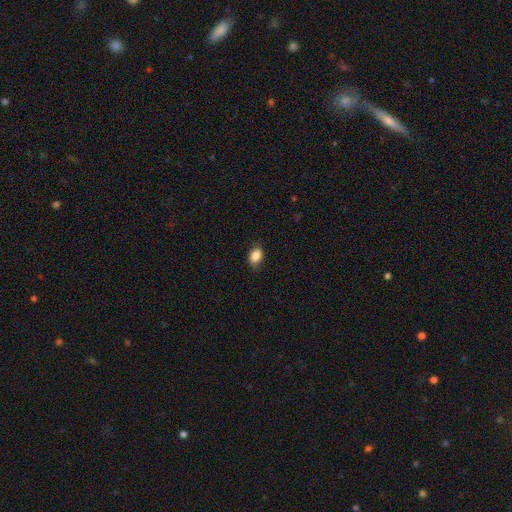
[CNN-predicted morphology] Q: Smooth or featured?
A: smooth (86%); runner-up: star or artifact (8%)
Q: How rounded?
A: in between (80%); runner-up: round (18%)
Q: Merging?
A: none (78%); runner-up: minor disturbance (17%)